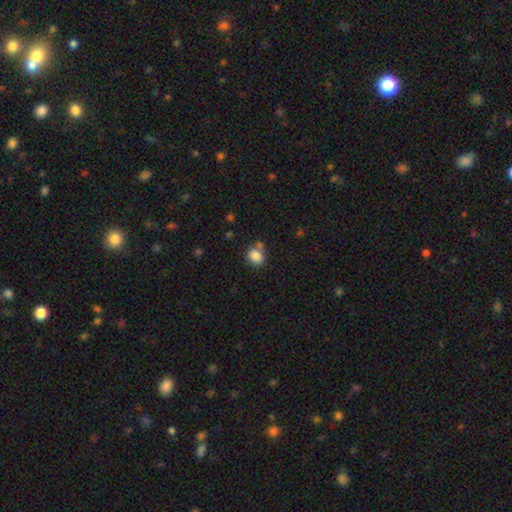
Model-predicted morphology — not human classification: Smooth or featured: smooth — 84% (star or artifact — 10%)
How rounded: round — 60% (in between — 39%)
Merging: none — 63% (merger — 18%)